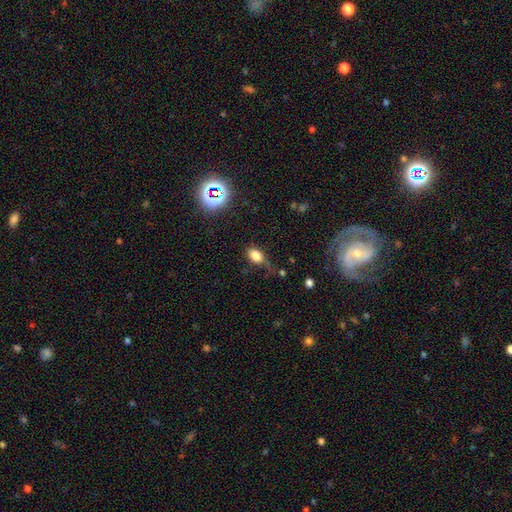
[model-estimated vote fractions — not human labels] This appears to be a smooth galaxy with no disk features (77%) that is in between round and cigar-shaped (78%). Merging: none (50%).